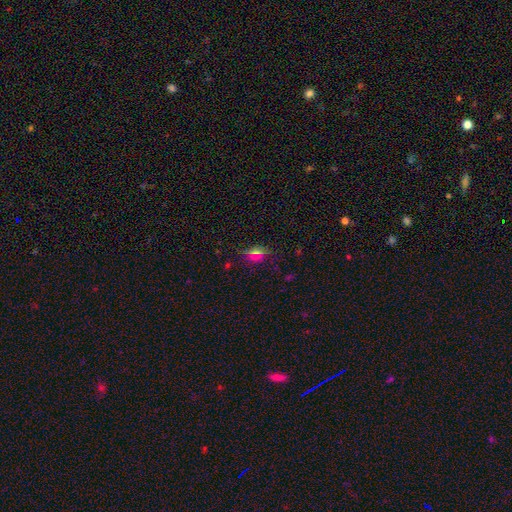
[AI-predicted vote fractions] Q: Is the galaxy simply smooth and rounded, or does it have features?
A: smooth — 54%.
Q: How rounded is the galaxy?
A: in between — 49%.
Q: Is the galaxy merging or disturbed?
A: none — 78%.